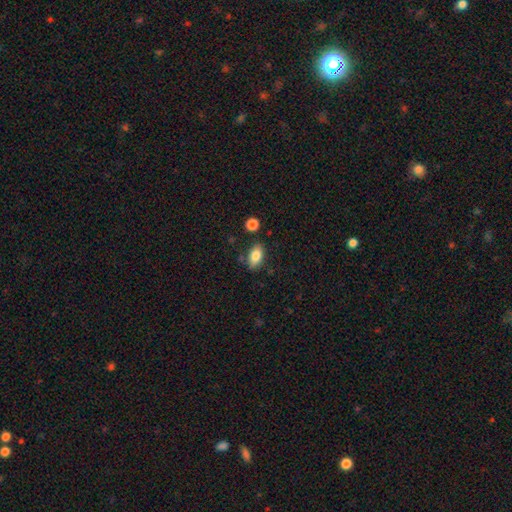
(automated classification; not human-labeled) smooth 84%, featured or disk 9%, star or artifact 8%. Down the decision tree: how rounded — in between (90%); merging — none (81%).